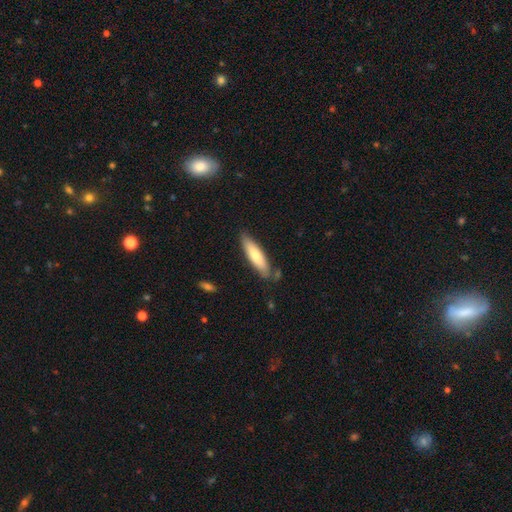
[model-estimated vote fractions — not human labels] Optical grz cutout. It shows a smooth galaxy with no disk features (72%) that is cigar-shaped (66%). Merging: none (79%).